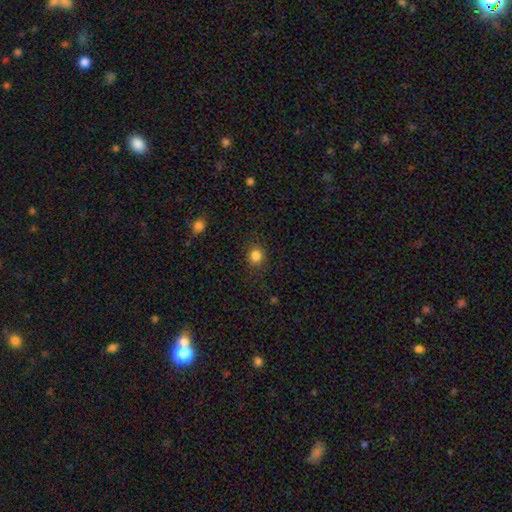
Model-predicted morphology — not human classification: type=smooth (84%); roundness=round (85%); merging=none (88%).